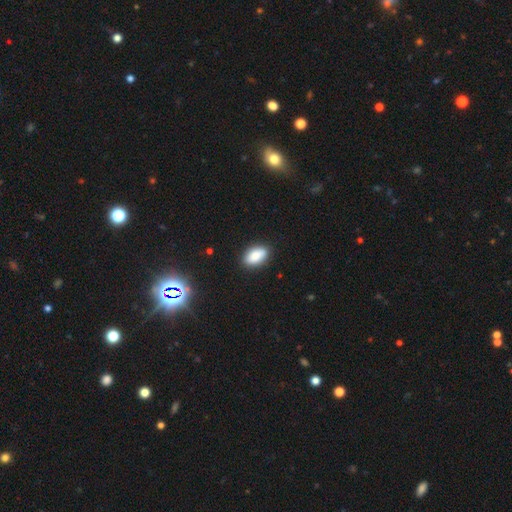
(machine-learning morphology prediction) smooth-or-featured: smooth: 87% | star or artifact: 8% | featured or disk: 5%
  how-rounded: in between: 91% | round: 5% | cigar-shaped: 4%
  merging: none: 87% | minor disturbance: 9% | major disturbance: 2% | merger: 1%